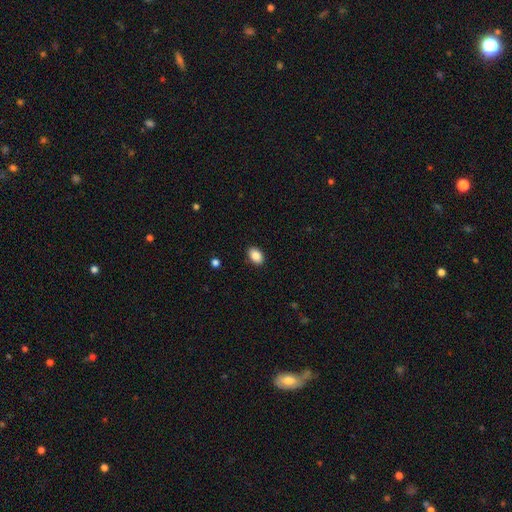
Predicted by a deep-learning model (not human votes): A smooth galaxy with no disk features (88%) that is in between round and cigar-shaped (85%).

Vote fractions:
- Smooth or featured? smooth: 88% / star or artifact: 8% / featured or disk: 5%
- How rounded? in between: 85% / round: 14% / cigar-shaped: 1%
- Merging? none: 89% / minor disturbance: 8% / major disturbance: 2% / merger: 1%